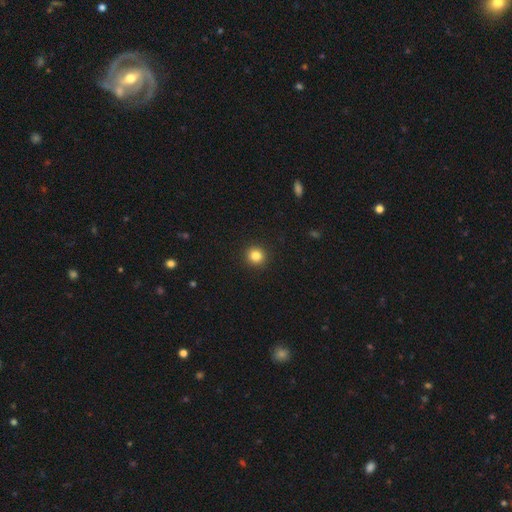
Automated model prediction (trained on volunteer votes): Smooth or featured? Predicted: smooth (p=0.84). How rounded? Predicted: round (p=0.93). Merging? Predicted: none (p=0.93).